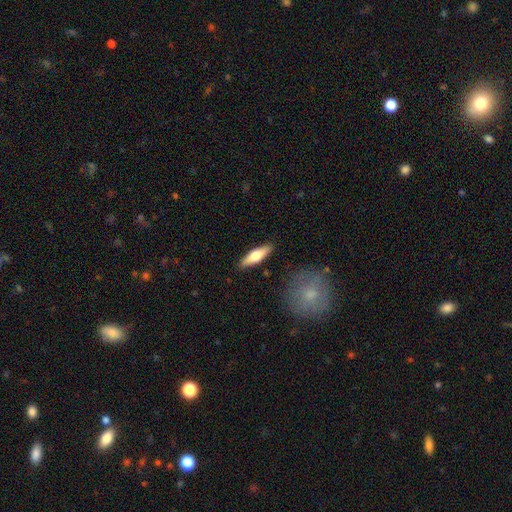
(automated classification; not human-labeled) A smooth galaxy with no disk features (55%) that is cigar-shaped (58%). Merging: none (88%).